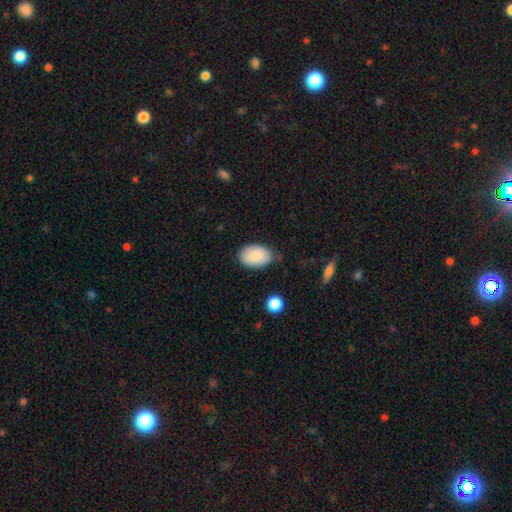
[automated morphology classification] Smooth or featured: smooth — 86% (featured or disk — 8%)
How rounded: in between — 89% (round — 9%)
Merging: none — 72% (minor disturbance — 22%)